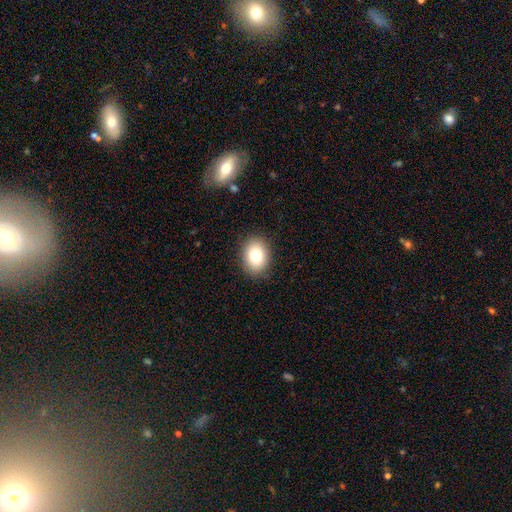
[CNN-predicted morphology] This is clearly a smooth galaxy (81%). How rounded: likely in between (65%). Merging: clearly none (88%).